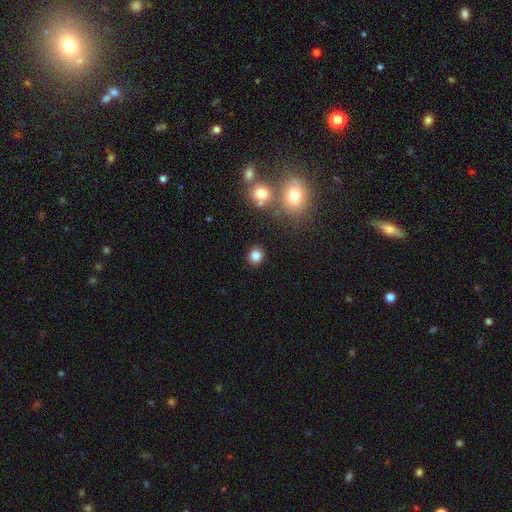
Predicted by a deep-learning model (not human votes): The model was most divided on "how rounded": round: 82%, in between: 17%, cigar-shaped: 1%. More confident: merging — none (89%); smooth or featured — smooth (81%).